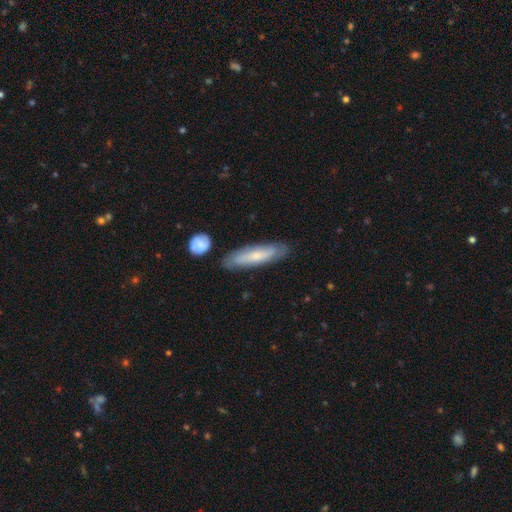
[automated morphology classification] type=smooth (56%); roundness=cigar-shaped (71%); merging=none (79%).